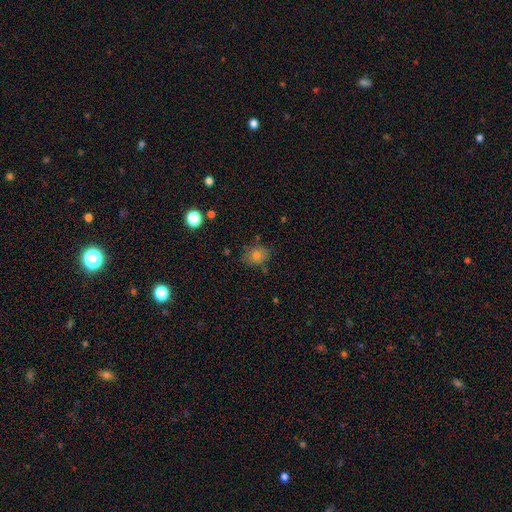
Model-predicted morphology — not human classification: Smooth or featured?
  - smooth: 73% *
  - star or artifact: 15%
  - featured or disk: 11%
How rounded?
  - round: 53% *
  - in between: 46%
  - cigar-shaped: 1%
Merging?
  - none: 79% *
  - minor disturbance: 14%
  - major disturbance: 3%
  - merger: 3%